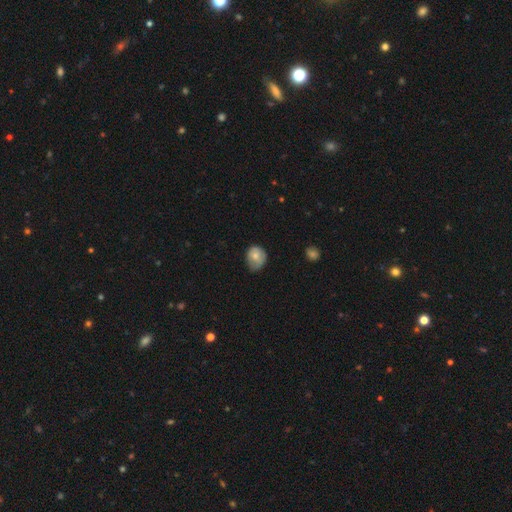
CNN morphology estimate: Smooth or featured: smooth — 72% (featured or disk — 20%)
How rounded: round — 60% (in between — 39%)
Merging: minor disturbance — 44% (none — 42%)